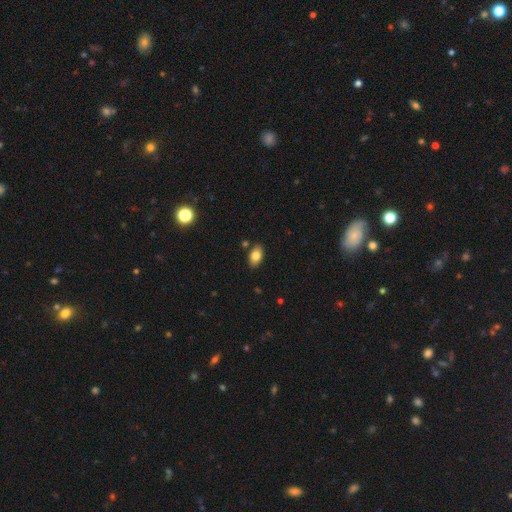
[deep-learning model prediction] smooth-or-featured: smooth: 80% | featured or disk: 11% | star or artifact: 8%
  how-rounded: in between: 91% | round: 7% | cigar-shaped: 2%
  merging: none: 84% | minor disturbance: 11% | merger: 3% | major disturbance: 2%